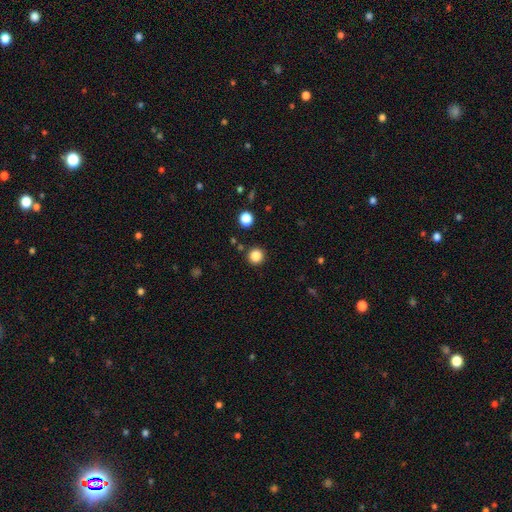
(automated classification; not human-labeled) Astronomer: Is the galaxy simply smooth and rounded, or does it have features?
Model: smooth — 84%.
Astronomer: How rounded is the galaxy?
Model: round — 95%.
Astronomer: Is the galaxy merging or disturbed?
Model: none — 90%.